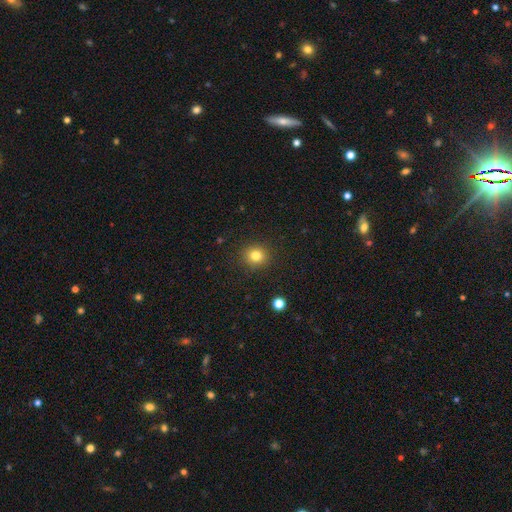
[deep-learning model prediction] Smooth or featured: smooth — 81% (star or artifact — 13%)
How rounded: round — 89% (in between — 10%)
Merging: none — 91% (minor disturbance — 6%)